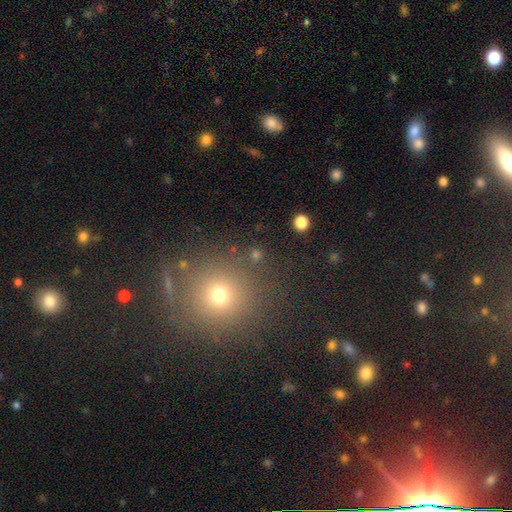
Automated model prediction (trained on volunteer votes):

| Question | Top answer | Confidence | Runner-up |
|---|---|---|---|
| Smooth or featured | smooth | 64% | star or artifact (28%) |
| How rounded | round | 89% | in between (10%) |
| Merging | none | 84% | minor disturbance (7%) |